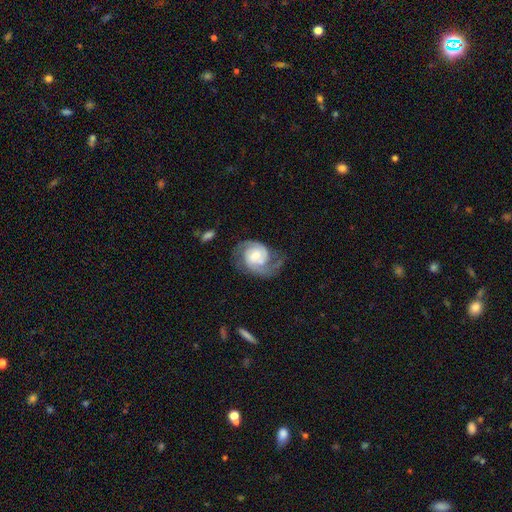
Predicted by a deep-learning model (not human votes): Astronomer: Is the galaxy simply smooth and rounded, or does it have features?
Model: featured or disk — 87%.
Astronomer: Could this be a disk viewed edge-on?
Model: no — 98%.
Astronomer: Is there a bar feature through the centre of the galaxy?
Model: no — 53% (runner-up: weak, 38%).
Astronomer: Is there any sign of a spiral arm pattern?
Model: yes — 97%.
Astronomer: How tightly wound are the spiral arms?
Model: medium — 46% (runner-up: tight, 39%).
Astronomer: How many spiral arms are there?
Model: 2 — 83%.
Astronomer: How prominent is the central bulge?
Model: moderate — 46% (runner-up: small, 41%).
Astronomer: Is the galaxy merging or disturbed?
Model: none — 63%.